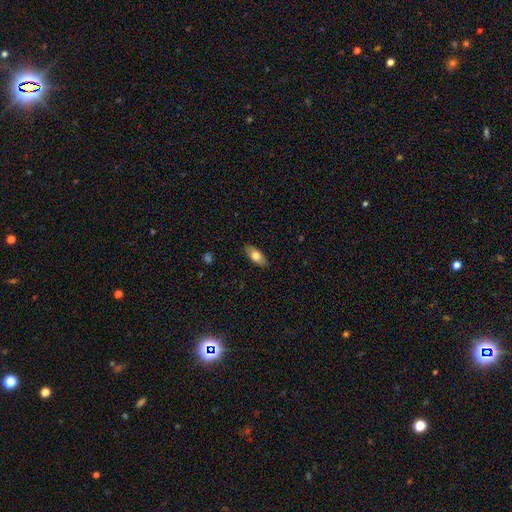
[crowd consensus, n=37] Smooth or featured? 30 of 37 (81%) said smooth. How rounded? 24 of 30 (80%) said in between. Merging? 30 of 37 (81%) said none.